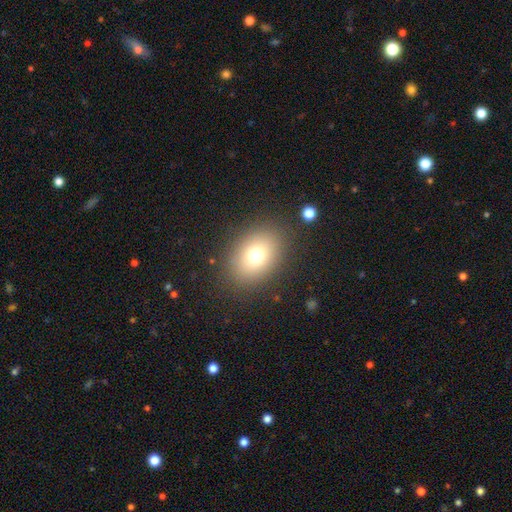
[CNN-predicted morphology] Q: Smooth or featured?
A: smooth (74%); runner-up: star or artifact (13%)
Q: How rounded?
A: in between (68%); runner-up: round (31%)
Q: Merging?
A: none (85%); runner-up: minor disturbance (9%)